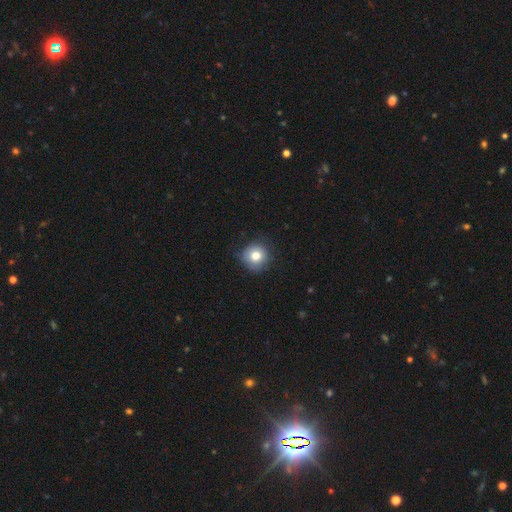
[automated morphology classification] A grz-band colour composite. It shows a smooth galaxy with no disk features (77%) that is round (92%). Merging: none (75%).